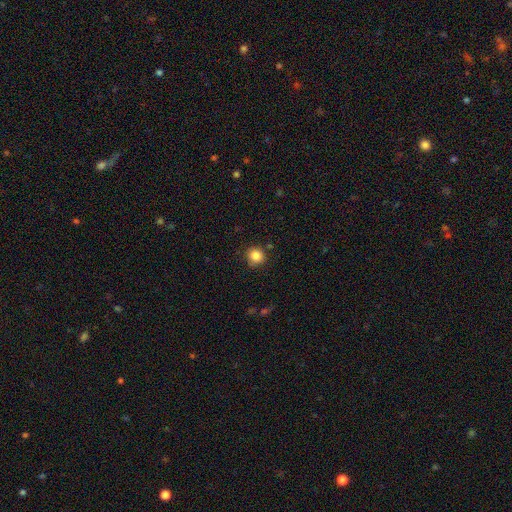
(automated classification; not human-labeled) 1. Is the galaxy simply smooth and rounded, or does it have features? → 85% smooth, 11% star or artifact, 5% featured or disk.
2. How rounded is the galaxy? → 91% round, 8% in between, 1% cigar-shaped.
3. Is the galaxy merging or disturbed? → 86% none, 9% minor disturbance, 2% major disturbance, 2% merger.